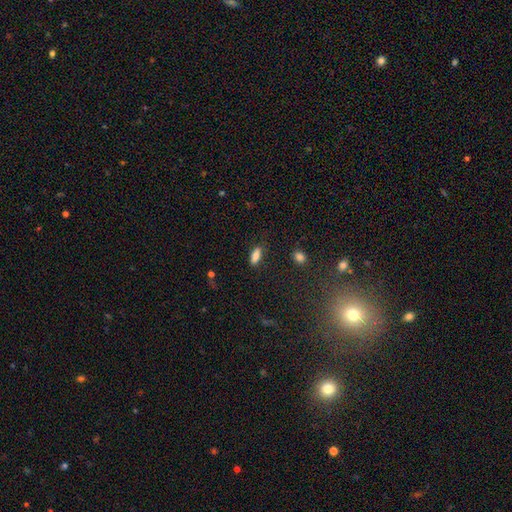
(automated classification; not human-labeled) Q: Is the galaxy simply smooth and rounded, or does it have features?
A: smooth — 83%.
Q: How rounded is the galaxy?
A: in between — 74%.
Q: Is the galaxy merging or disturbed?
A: none — 80%.